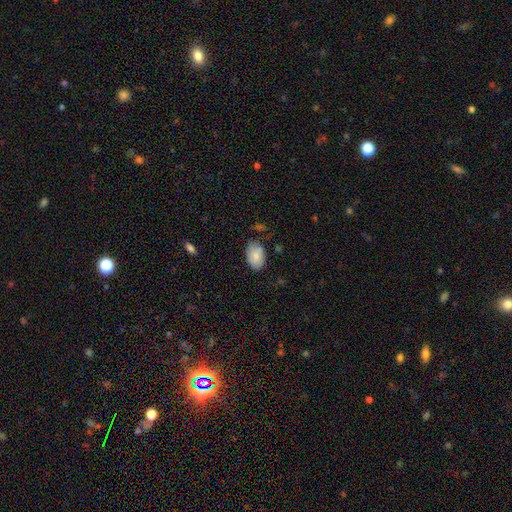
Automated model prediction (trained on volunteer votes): Smooth or featured? smooth (83%)
How rounded? in between (88%)
Merging? none (69%)